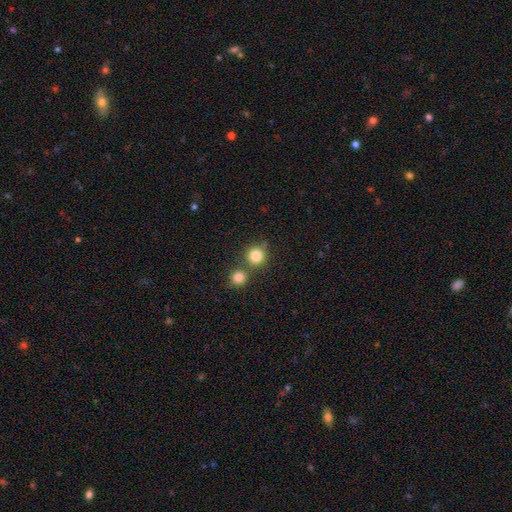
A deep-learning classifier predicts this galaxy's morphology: This is clearly a smooth galaxy (82%). How rounded: clearly round (91%). Merging: likely none (64%).